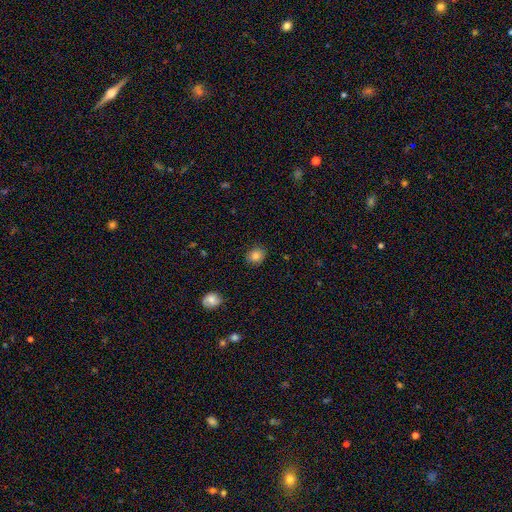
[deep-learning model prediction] A smooth galaxy with no disk features (84%) that is round (72%). Merging: none (87%).